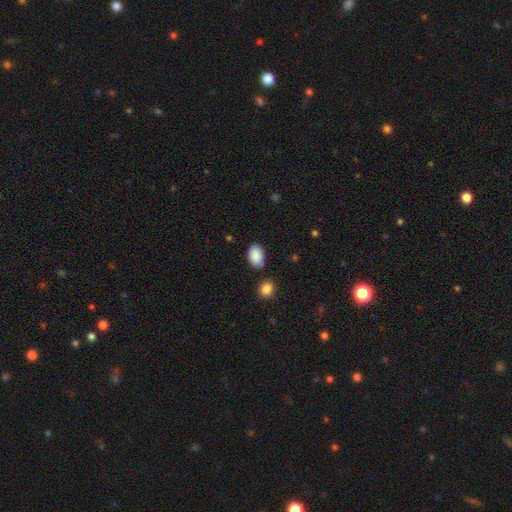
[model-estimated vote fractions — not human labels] The model was most divided on "merging": none: 80%, minor disturbance: 13%, merger: 4%, major disturbance: 3%. More confident: smooth or featured — smooth (90%); how rounded — in between (89%).